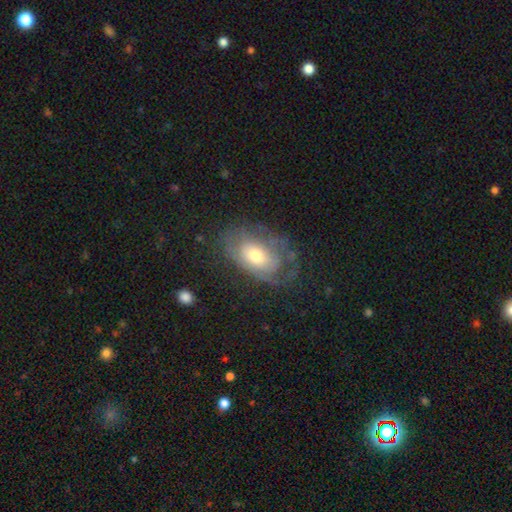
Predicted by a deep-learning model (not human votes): A featured or disk galaxy (56%) with no bar (80%), spiral arms (60%) and a moderate central bulge (64%). Merging: none (54%).